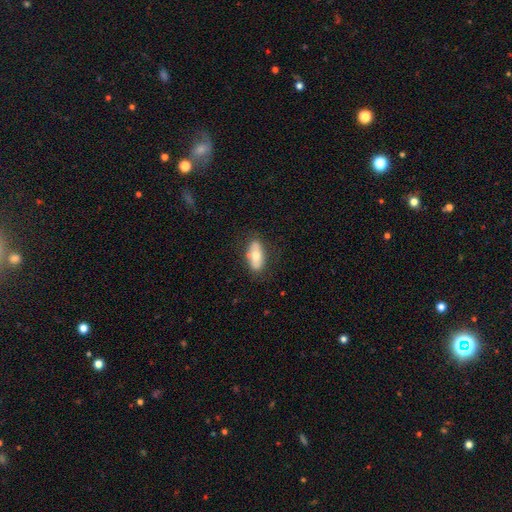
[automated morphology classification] The model was most divided on "smooth or featured": smooth: 60%, featured or disk: 33%, star or artifact: 6%. More confident: how rounded — in between (84%); merging — none (77%).